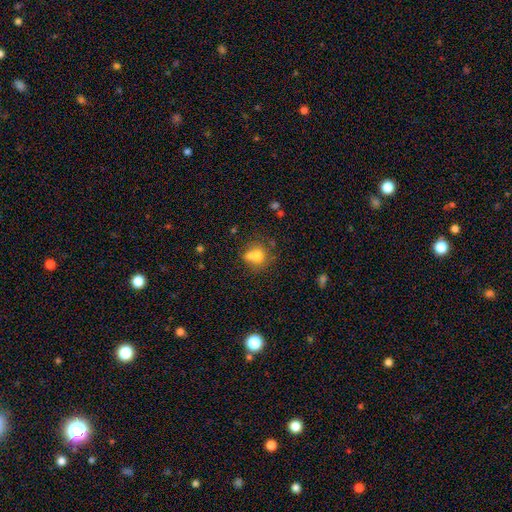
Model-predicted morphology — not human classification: Smooth or featured: smooth — 70% (featured or disk — 18%)
How rounded: round — 74% (in between — 24%)
Merging: merger — 42% (none — 40%)